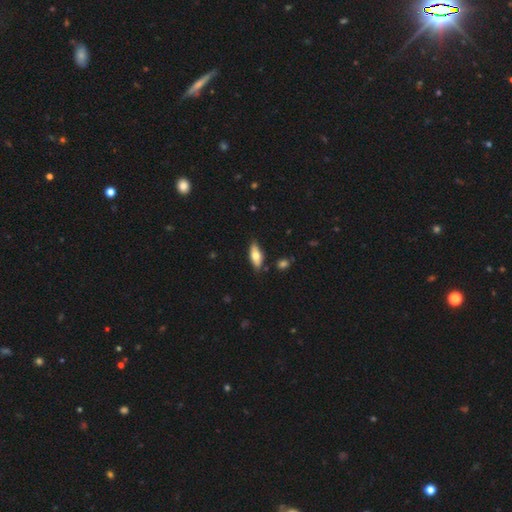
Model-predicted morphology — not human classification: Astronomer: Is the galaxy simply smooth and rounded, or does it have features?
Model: smooth — 65%.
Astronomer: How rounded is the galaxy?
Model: in between — 75%.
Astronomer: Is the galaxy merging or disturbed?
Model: none — 79%.